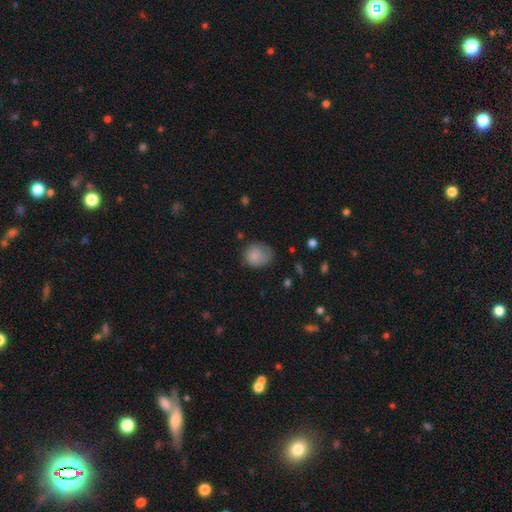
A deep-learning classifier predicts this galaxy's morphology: The model was most divided on "merging": none: 51%, minor disturbance: 32%, major disturbance: 15%, merger: 2%. More confident: smooth or featured — smooth (79%); how rounded — round (63%).